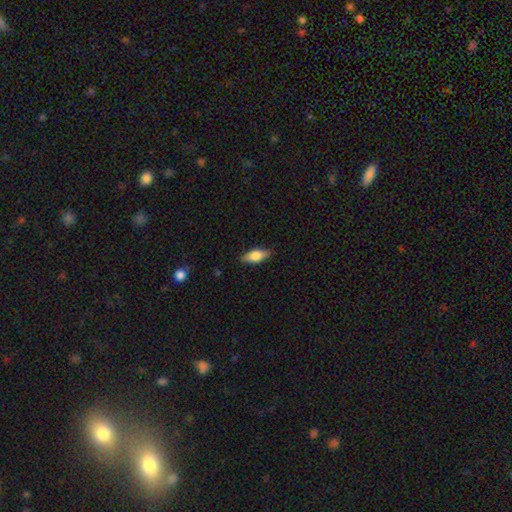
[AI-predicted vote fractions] A smooth galaxy with no disk features (71%) that is in between round and cigar-shaped (76%).

Vote fractions:
- Smooth or featured? smooth: 71% / featured or disk: 22% / star or artifact: 6%
- How rounded? in between: 76% / cigar-shaped: 21% / round: 3%
- Merging? none: 86% / minor disturbance: 10% / major disturbance: 2% / merger: 1%